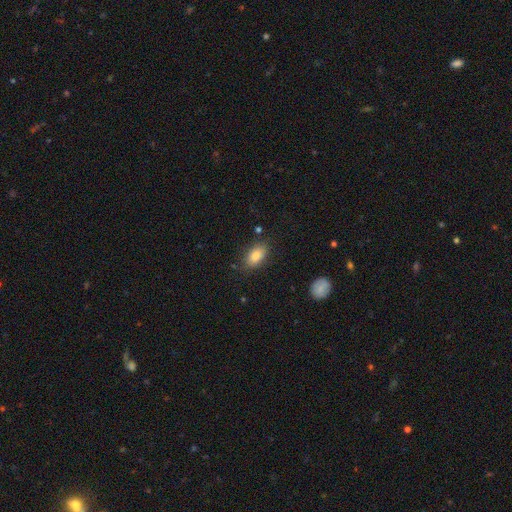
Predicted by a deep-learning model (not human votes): This appears to be a smooth galaxy with no disk features (81%) that is in between round and cigar-shaped (89%). Merging: none (82%).